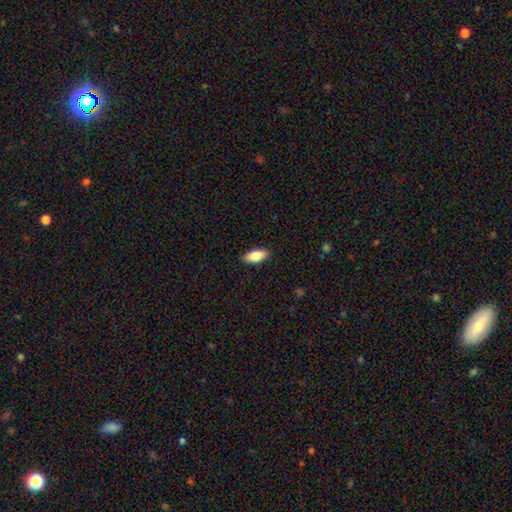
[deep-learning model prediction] Smooth or featured? Predicted: smooth (p=0.85). How rounded? Predicted: in between (p=0.87). Merging? Predicted: none (p=0.89).